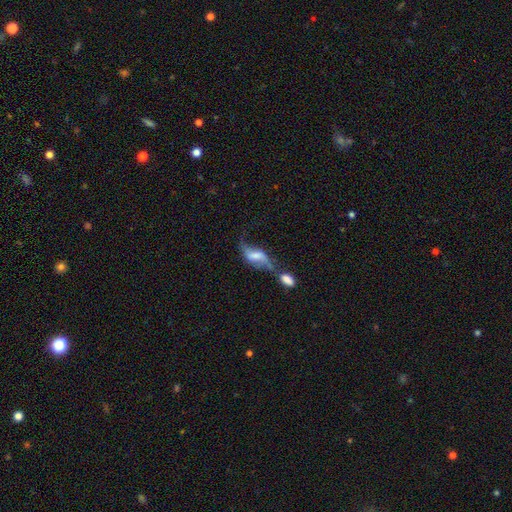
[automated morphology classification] Smooth or featured? featured or disk (67%)
Edge-on disk? no (88%)
Bar? weak (43%)
Spiral arms? yes (84%)
Spiral winding? loose (88%)
Spiral arm count? 2 (86%)
Bulge size? moderate (30%)
Merging? merger (44%)